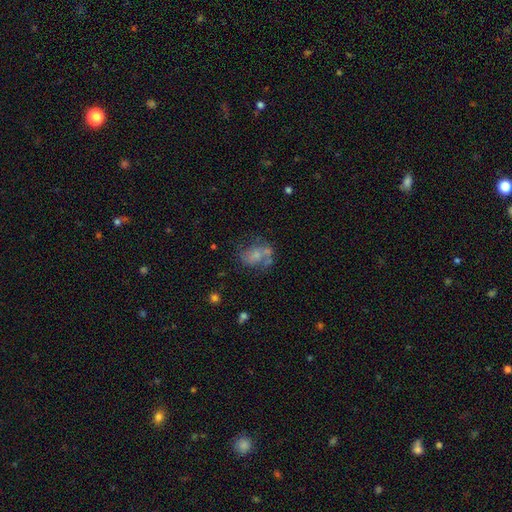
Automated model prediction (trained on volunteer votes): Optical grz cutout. It shows a smooth galaxy with no disk features (45%). Merging: none (37%).